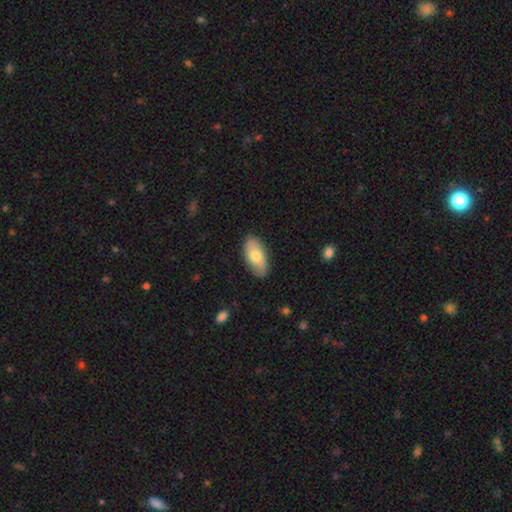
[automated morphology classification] This is likely a smooth galaxy (72%). How rounded: clearly in between (94%). Merging: clearly none (85%).